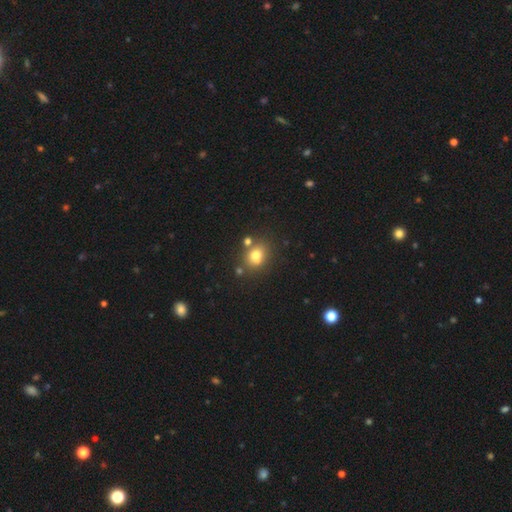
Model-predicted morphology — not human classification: smooth_or_featured: smooth (p=0.71) [alt: featured or disk p=0.14]
how_rounded: round (p=0.58) [alt: in between p=0.41]
merging: none (p=0.59) [alt: merger p=0.23]